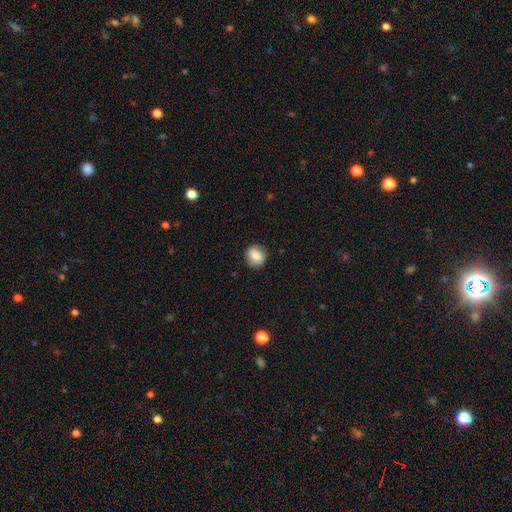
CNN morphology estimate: type=smooth (83%); roundness=round (86%); merging=none (87%).